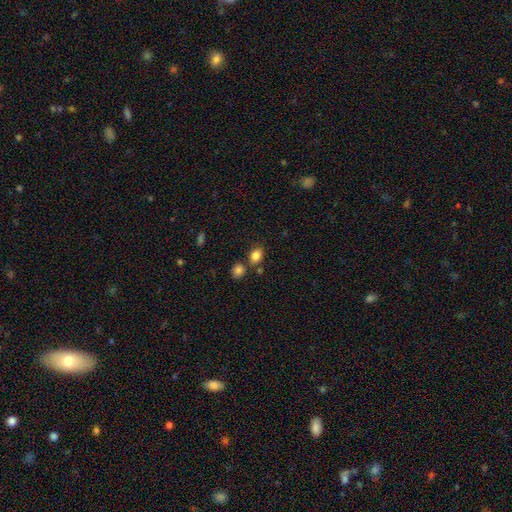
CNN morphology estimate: Smooth or featured? smooth (84%)
How rounded? in between (63%)
Merging? none (70%)